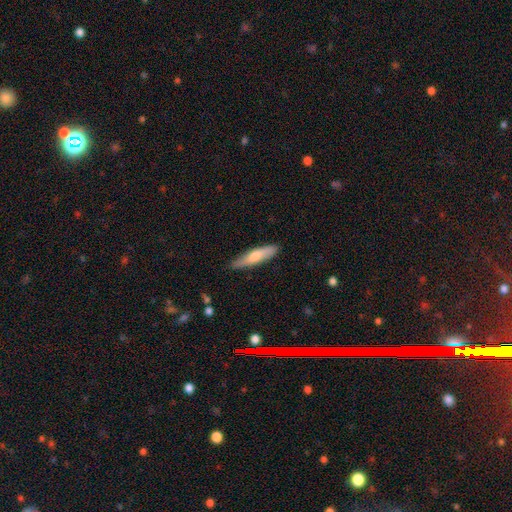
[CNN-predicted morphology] A smooth galaxy with no disk features (66%) that is cigar-shaped (78%). Merging: none (83%).